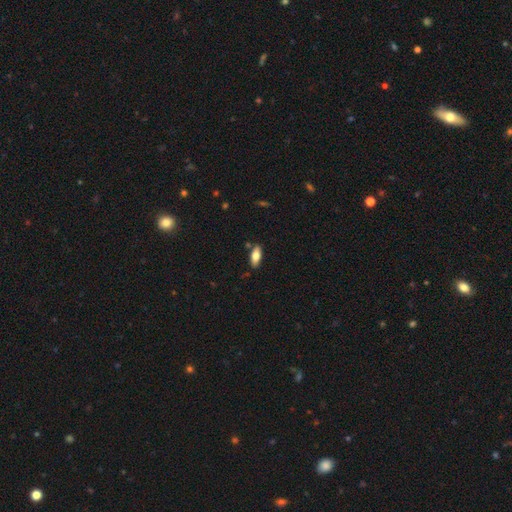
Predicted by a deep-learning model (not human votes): This is likely a smooth galaxy (73%). How rounded: likely in between (79%). Merging: clearly none (84%).